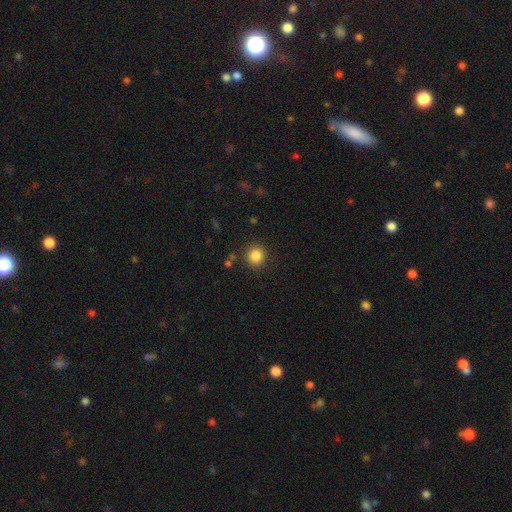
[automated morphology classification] type=smooth (85%); roundness=round (90%); merging=none (88%).